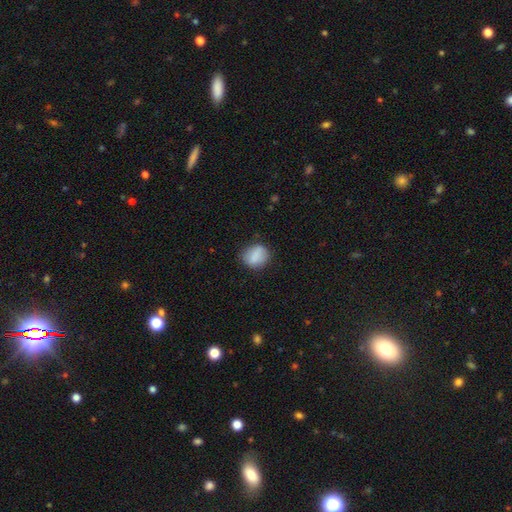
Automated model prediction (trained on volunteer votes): smooth 82%, featured or disk 10%, star or artifact 8%. Down the decision tree: how rounded — round (59%); merging — none (73%).